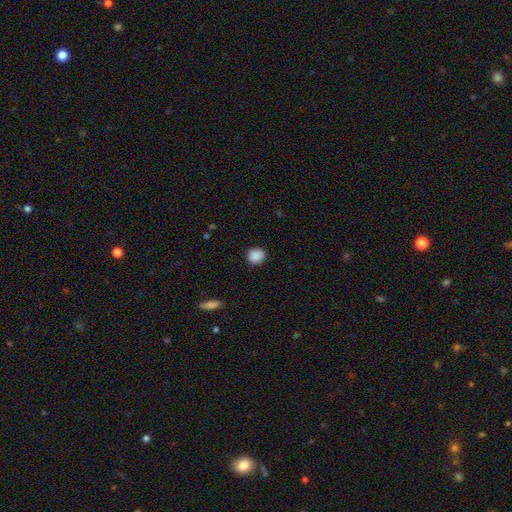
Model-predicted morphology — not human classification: The model was most divided on "how rounded": round: 87%, in between: 12%, cigar-shaped: 1%. More confident: smooth or featured — smooth (88%); merging — none (87%).